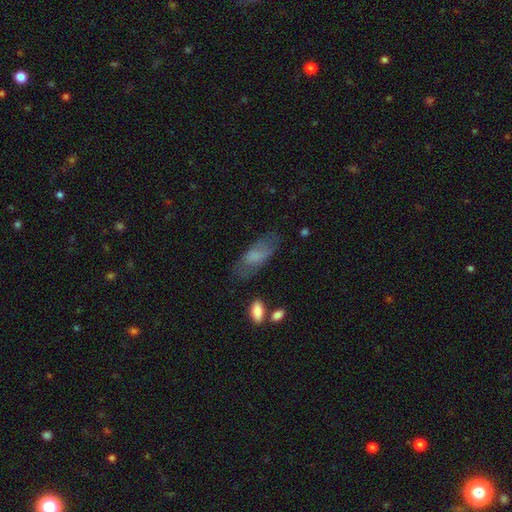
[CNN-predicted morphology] A smooth galaxy with no disk features (68%) that is in between round and cigar-shaped (73%).

Vote fractions:
- Smooth or featured? smooth: 68% / featured or disk: 24% / star or artifact: 8%
- How rounded? in between: 73% / cigar-shaped: 25% / round: 2%
- Merging? none: 66% / minor disturbance: 21% / major disturbance: 10% / merger: 3%